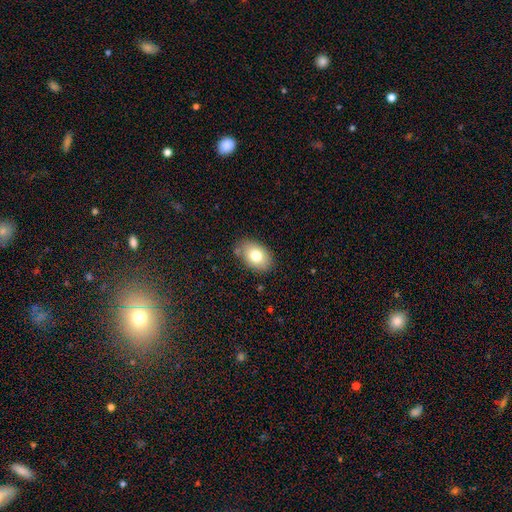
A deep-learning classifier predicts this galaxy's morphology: Smooth or featured?
  - smooth: 77% *
  - featured or disk: 15%
  - star or artifact: 8%
How rounded?
  - in between: 85% *
  - round: 14%
  - cigar-shaped: 1%
Merging?
  - none: 78% *
  - minor disturbance: 16%
  - major disturbance: 3%
  - merger: 2%